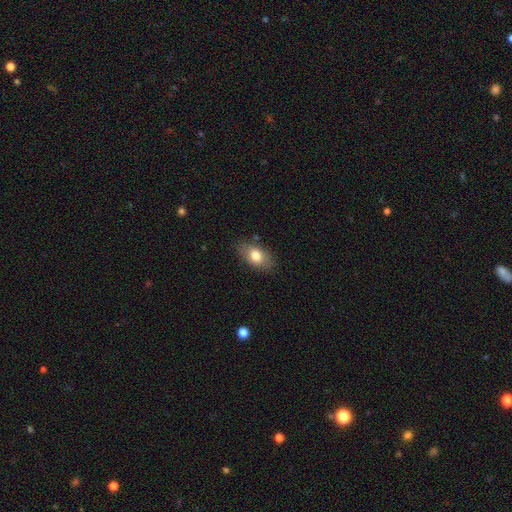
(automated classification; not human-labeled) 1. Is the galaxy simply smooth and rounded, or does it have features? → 77% smooth, 15% featured or disk, 8% star or artifact.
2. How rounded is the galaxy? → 89% in between, 9% round, 2% cigar-shaped.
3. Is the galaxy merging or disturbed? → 82% none, 13% minor disturbance, 3% major disturbance, 1% merger.